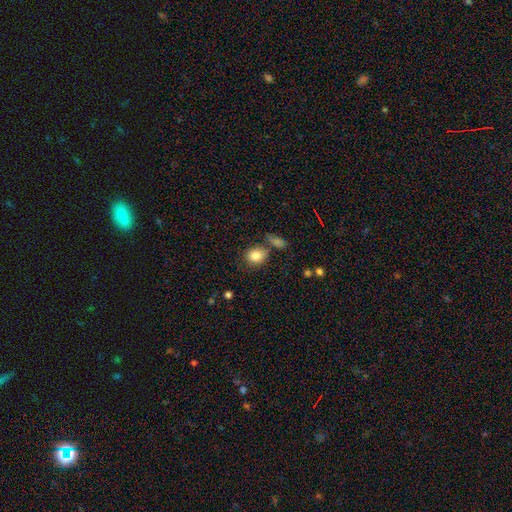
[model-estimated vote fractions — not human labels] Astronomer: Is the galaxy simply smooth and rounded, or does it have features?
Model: smooth — 84%.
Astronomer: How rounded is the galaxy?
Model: round — 51% (runner-up: in between, 48%).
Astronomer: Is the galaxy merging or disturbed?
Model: none — 62%.